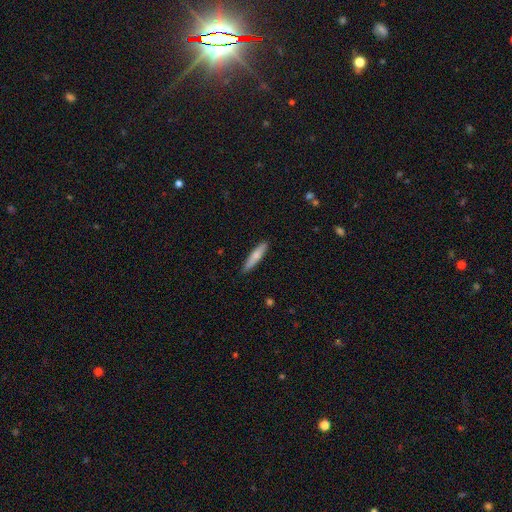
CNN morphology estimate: This appears to be a smooth galaxy with no disk features (73%) that is cigar-shaped (86%). Merging: none (87%).